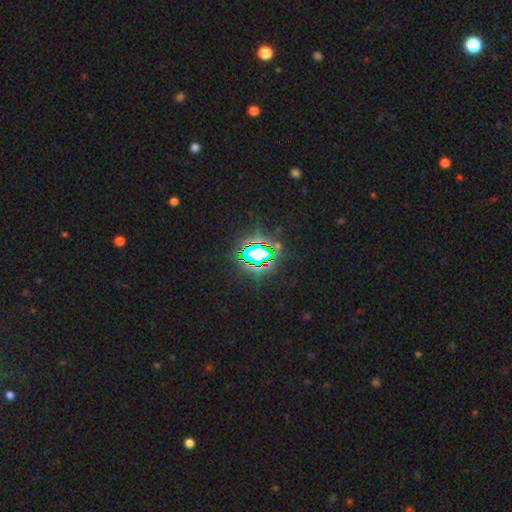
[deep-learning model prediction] star or artifact 77%, smooth 13%, featured or disk 10%.